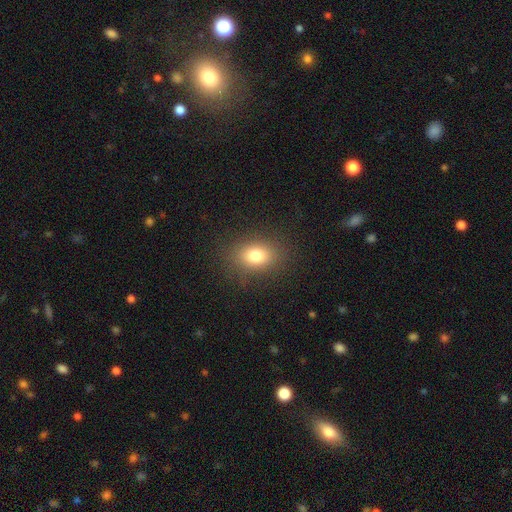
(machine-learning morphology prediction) A smooth galaxy with no disk features (79%) that is in between round and cigar-shaped (68%).

Vote fractions:
- Smooth or featured? smooth: 79% / star or artifact: 12% / featured or disk: 9%
- How rounded? in between: 68% / round: 31% / cigar-shaped: 2%
- Merging? none: 85% / minor disturbance: 10% / major disturbance: 4% / merger: 1%